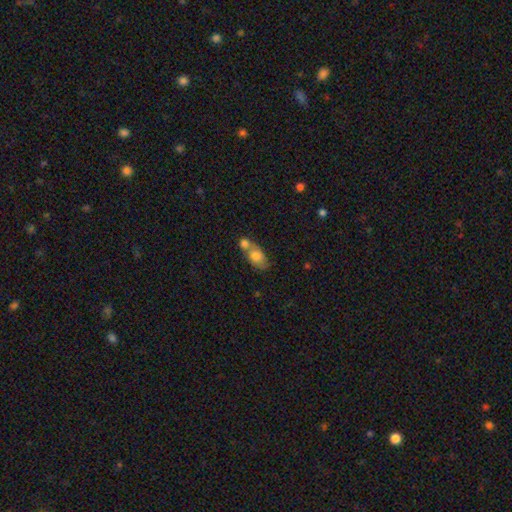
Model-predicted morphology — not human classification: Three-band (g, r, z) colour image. It shows a smooth galaxy with no disk features (77%) that is in between round and cigar-shaped (77%). Merging: merger (59%).